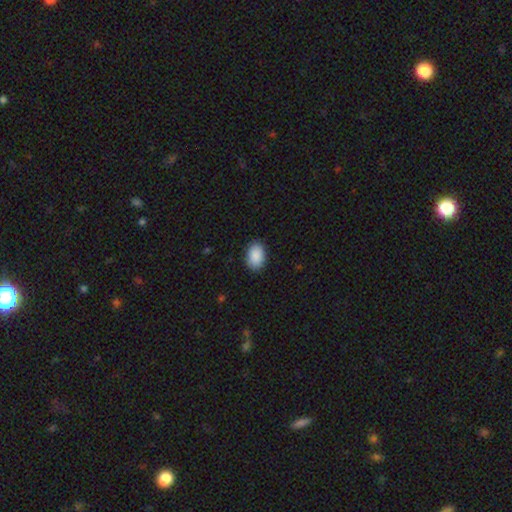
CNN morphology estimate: Smooth or featured? smooth (91%)
How rounded? in between (88%)
Merging? none (88%)